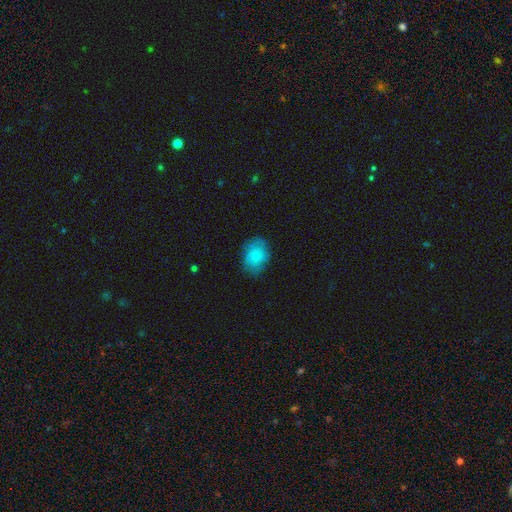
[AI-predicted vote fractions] A smooth galaxy with no disk features (76%) that is in between round and cigar-shaped (63%). Merging: none (72%).